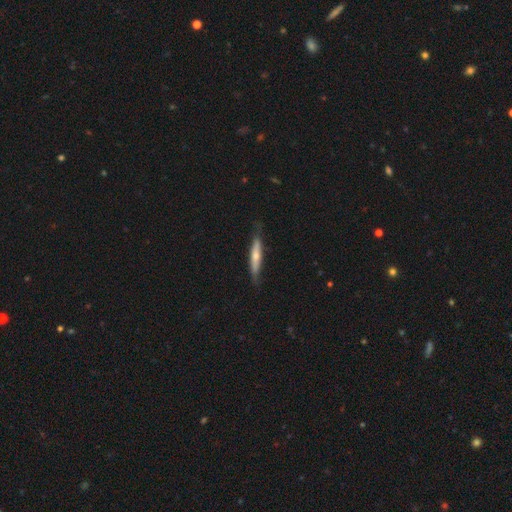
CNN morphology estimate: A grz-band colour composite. It shows a smooth galaxy with no disk features (49%). Merging: none (76%).